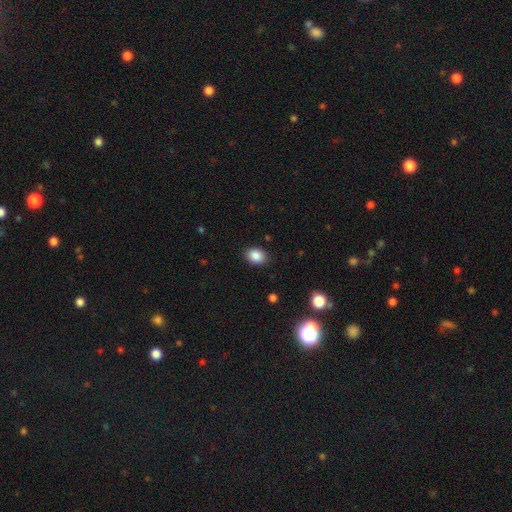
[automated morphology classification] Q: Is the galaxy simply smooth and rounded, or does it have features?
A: smooth — 87%.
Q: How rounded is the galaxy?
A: in between — 67%.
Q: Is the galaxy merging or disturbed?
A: none — 88%.